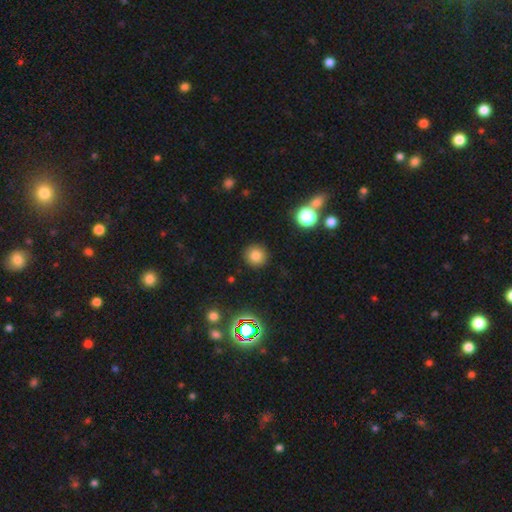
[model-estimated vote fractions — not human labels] The model was most divided on "smooth or featured": smooth: 79%, star or artifact: 15%, featured or disk: 7%. More confident: how rounded — round (93%); merging — none (90%).